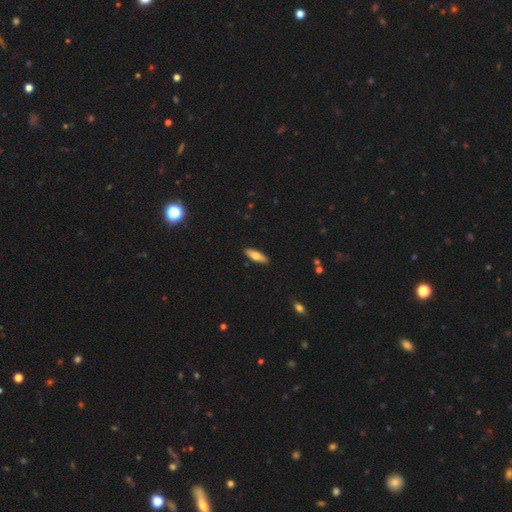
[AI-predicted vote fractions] smooth-or-featured: smooth: 71% | featured or disk: 23% | star or artifact: 6%
  how-rounded: in between: 50% | cigar-shaped: 48% | round: 2%
  merging: none: 90% | minor disturbance: 8% | major disturbance: 2% | merger: 1%